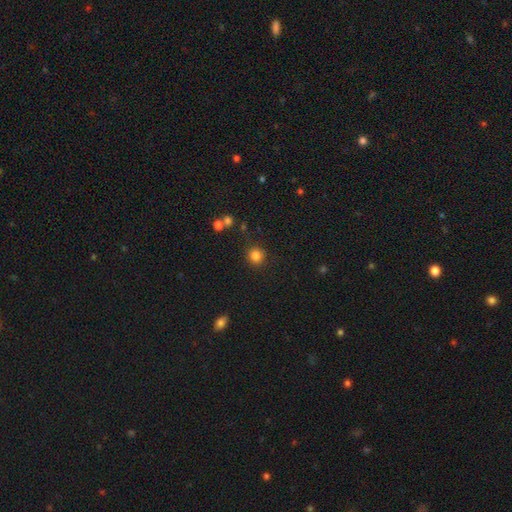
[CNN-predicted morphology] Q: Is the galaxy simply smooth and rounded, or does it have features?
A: smooth — 83%.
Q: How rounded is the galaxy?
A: round — 92%.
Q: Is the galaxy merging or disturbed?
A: none — 88%.